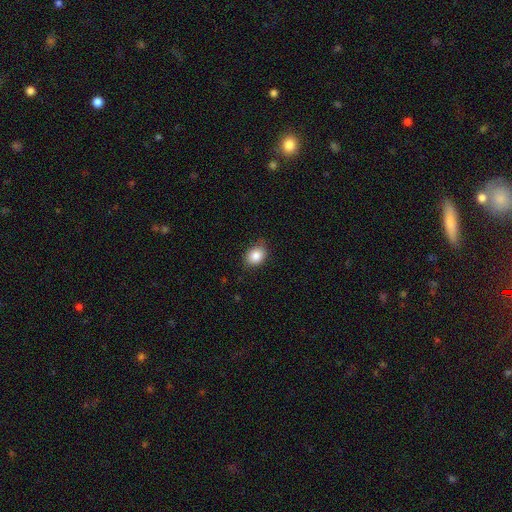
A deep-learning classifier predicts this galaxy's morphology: smooth_or_featured: smooth (p=0.86) [alt: star or artifact p=0.08]
how_rounded: in between (p=0.63) [alt: round p=0.36]
merging: none (p=0.80) [alt: minor disturbance p=0.16]